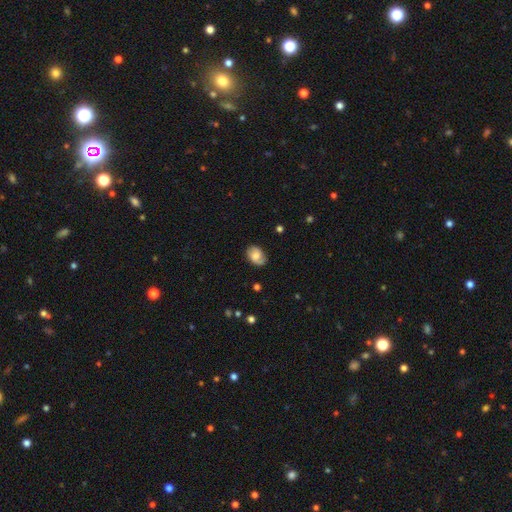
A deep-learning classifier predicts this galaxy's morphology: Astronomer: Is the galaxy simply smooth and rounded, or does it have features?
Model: smooth — 61%.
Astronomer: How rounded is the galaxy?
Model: in between — 67%.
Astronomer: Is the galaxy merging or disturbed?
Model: none — 69%.